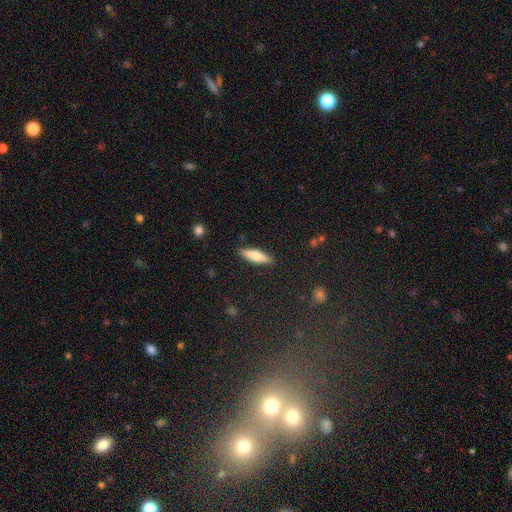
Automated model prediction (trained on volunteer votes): Smooth or featured: smooth — 68% (featured or disk — 26%)
How rounded: cigar-shaped — 66% (in between — 32%)
Merging: none — 89% (minor disturbance — 8%)